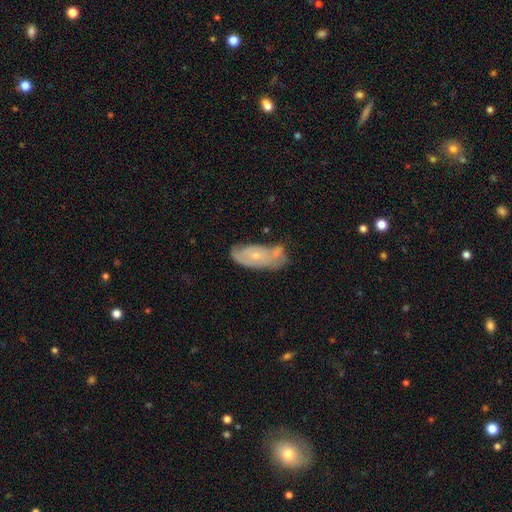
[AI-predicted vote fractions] Smooth or featured: featured or disk — 62% (smooth — 32%)
Edge-on disk: no — 91% (yes — 9%)
Bar: no — 79% (weak — 17%)
Spiral arms: yes — 68% (no — 32%)
Bulge size: small — 63% (moderate — 33%)
Merging: none — 44% (minor disturbance — 29%)